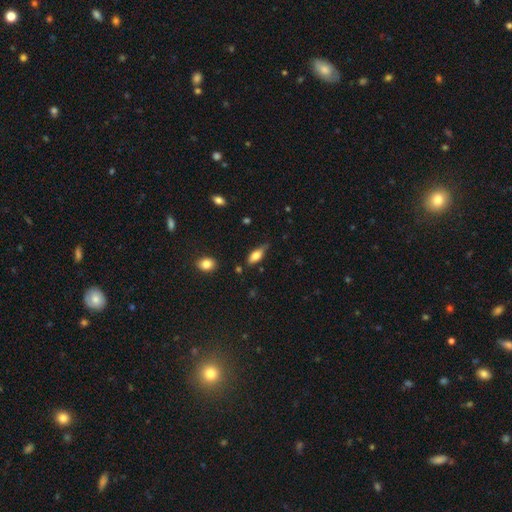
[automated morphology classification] A smooth galaxy with no disk features (71%) that is in between round and cigar-shaped (76%).

Vote fractions:
- Smooth or featured? smooth: 71% / featured or disk: 22% / star or artifact: 8%
- How rounded? in between: 76% / cigar-shaped: 20% / round: 3%
- Merging? none: 60% / minor disturbance: 29% / major disturbance: 7% / merger: 4%